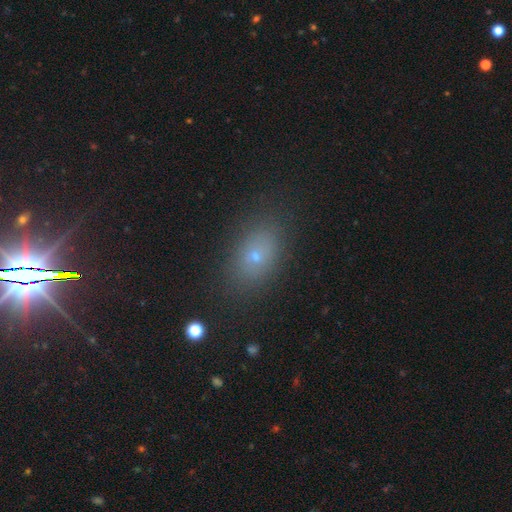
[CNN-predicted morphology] Overall: smooth (67%). How rounded: in between (79%). Merging: none (84%).